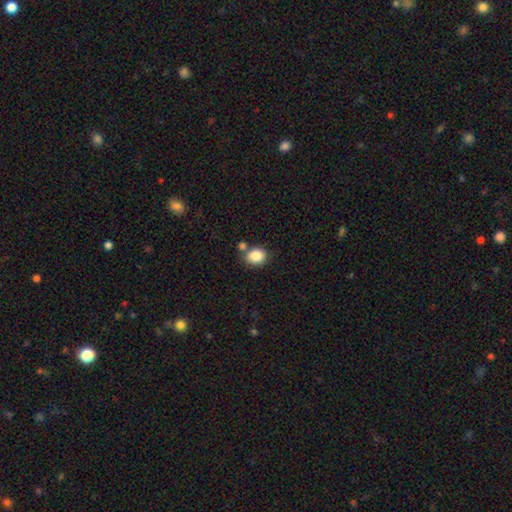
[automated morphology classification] Q: Smooth or featured?
A: smooth (86%); runner-up: star or artifact (9%)
Q: How rounded?
A: round (53%); runner-up: in between (46%)
Q: Merging?
A: none (65%); runner-up: merger (18%)